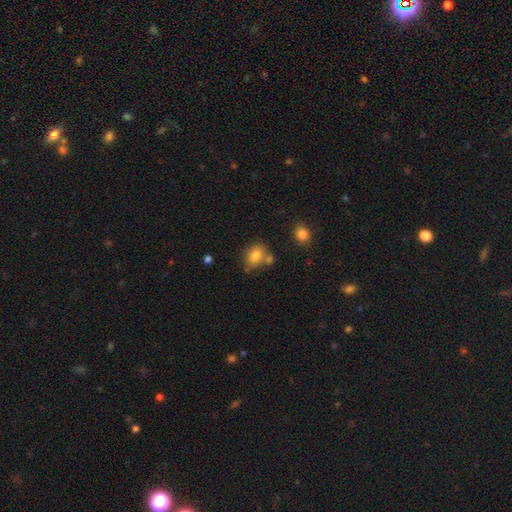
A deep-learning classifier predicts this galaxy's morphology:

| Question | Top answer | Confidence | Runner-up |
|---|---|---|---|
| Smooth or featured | smooth | 80% | featured or disk (10%) |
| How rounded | in between | 64% | round (34%) |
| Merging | none | 60% | merger (20%) |